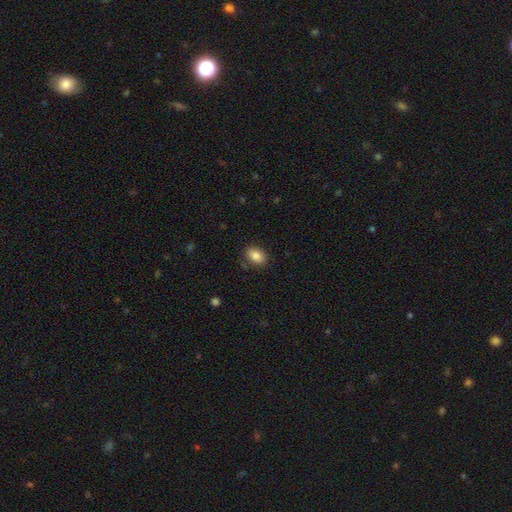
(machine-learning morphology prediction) smooth 85%, star or artifact 8%, featured or disk 6%. Down the decision tree: how rounded — in between (84%); merging — none (84%).